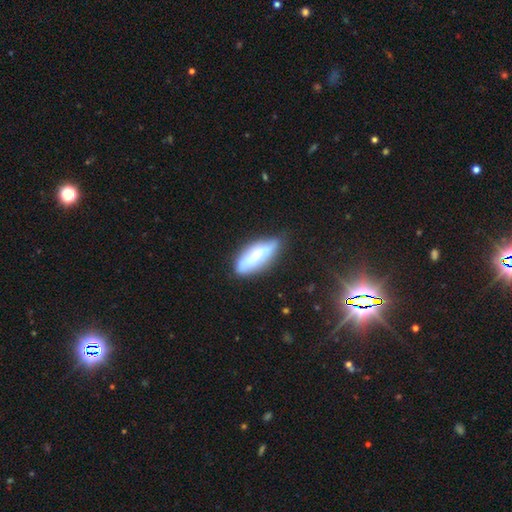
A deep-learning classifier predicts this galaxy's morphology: This appears to be a featured or disk galaxy (48%). Merging: none (74%).